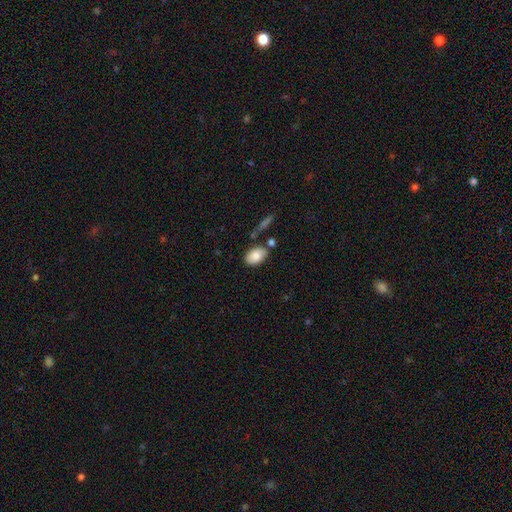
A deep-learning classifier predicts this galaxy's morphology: This is clearly a smooth galaxy (82%). How rounded: clearly in between (89%). Merging: likely none (66%).